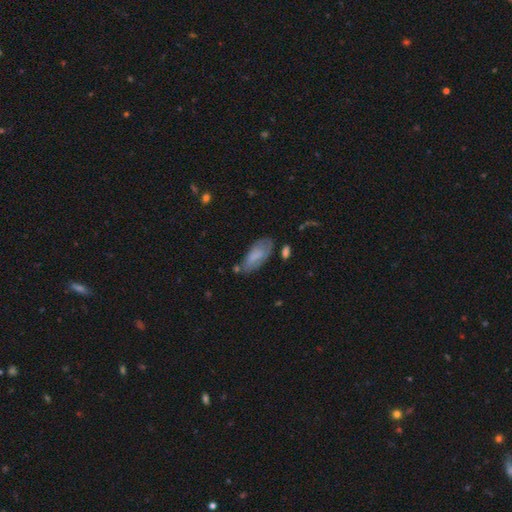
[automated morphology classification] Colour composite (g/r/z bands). It shows a smooth galaxy with no disk features (69%) that is in between round and cigar-shaped (84%). Merging: none (56%).